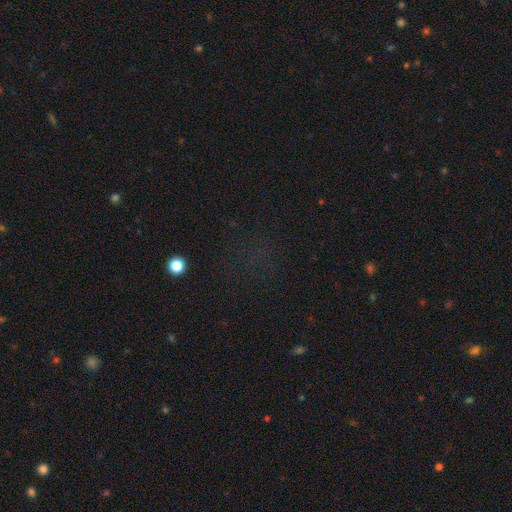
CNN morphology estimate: This appears to be a star or artifact, not a galaxy (60%).